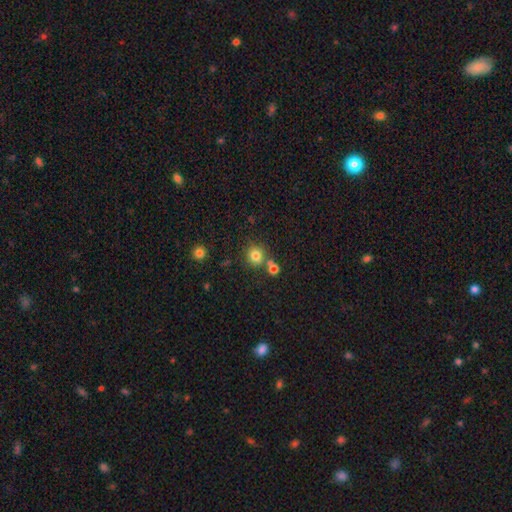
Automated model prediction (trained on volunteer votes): The model was most divided on "merging": none: 70%, merger: 18%, minor disturbance: 9%, major disturbance: 3%. More confident: how rounded — round (90%); smooth or featured — smooth (79%).